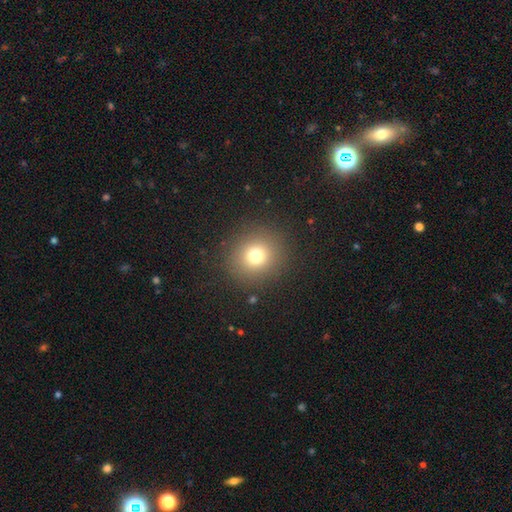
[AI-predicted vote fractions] This appears to be a smooth galaxy with no disk features (75%) that is round (91%). Merging: none (89%).